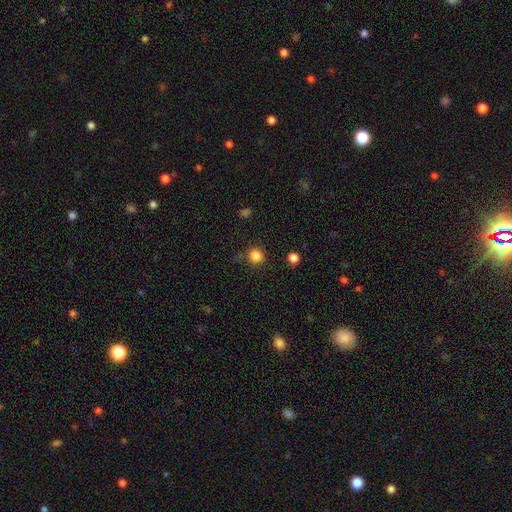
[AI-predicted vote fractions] Smooth or featured? smooth (83%)
How rounded? round (92%)
Merging? none (81%)